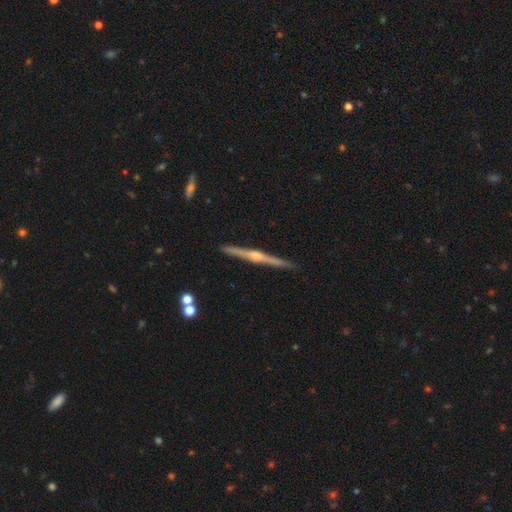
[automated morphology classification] The model was most divided on "smooth or featured": featured or disk: 80%, smooth: 14%, star or artifact: 6%. More confident: edge-on disk — yes (98%); merging — none (89%); edge-on bulge — rounded (83%).